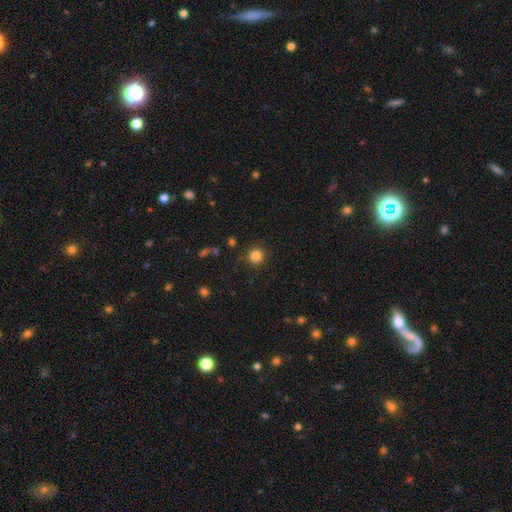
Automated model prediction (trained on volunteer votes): Smooth or featured?
  - smooth: 84% *
  - star or artifact: 12%
  - featured or disk: 4%
How rounded?
  - round: 93% *
  - in between: 6%
  - cigar-shaped: 1%
Merging?
  - none: 87% *
  - minor disturbance: 8%
  - major disturbance: 3%
  - merger: 2%